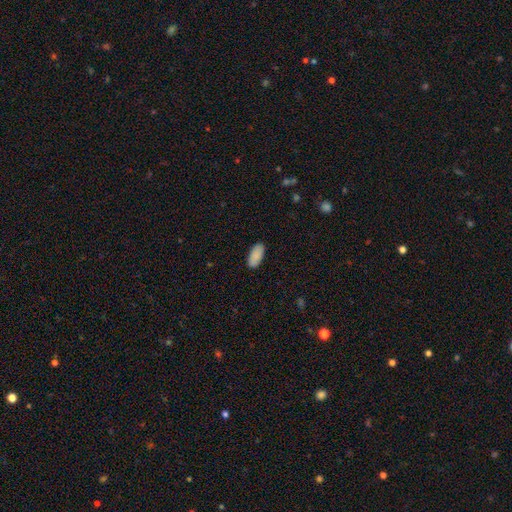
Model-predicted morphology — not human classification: Smooth or featured? smooth (89%)
How rounded? in between (91%)
Merging? none (89%)